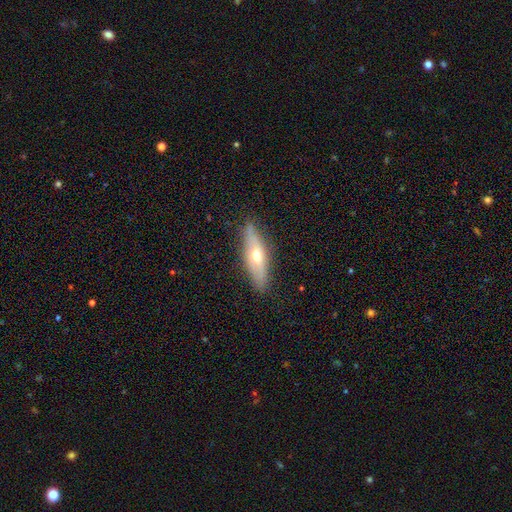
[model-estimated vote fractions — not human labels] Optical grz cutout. It shows a featured or disk galaxy (47%). Merging: none (82%).